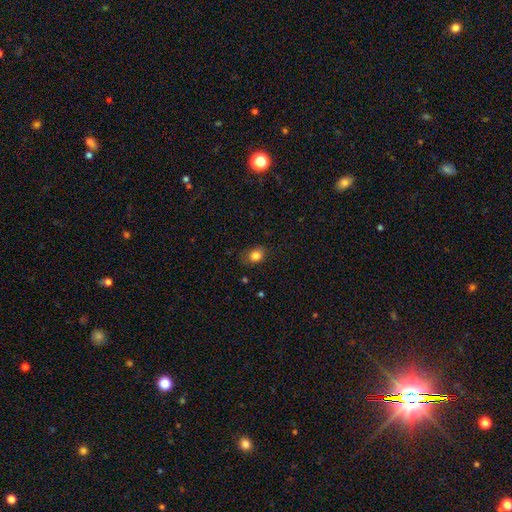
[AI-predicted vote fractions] smooth 83%, star or artifact 11%, featured or disk 7%. Down the decision tree: how rounded — in between (57%); merging — none (75%).